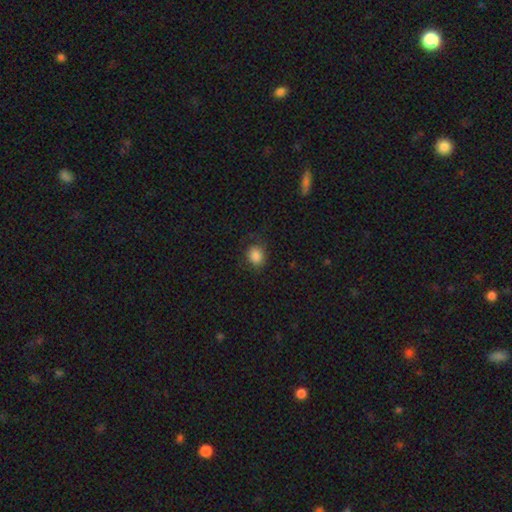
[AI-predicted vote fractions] Q: Smooth or featured?
A: smooth (86%); runner-up: star or artifact (9%)
Q: How rounded?
A: round (64%); runner-up: in between (35%)
Q: Merging?
A: none (77%); runner-up: minor disturbance (15%)